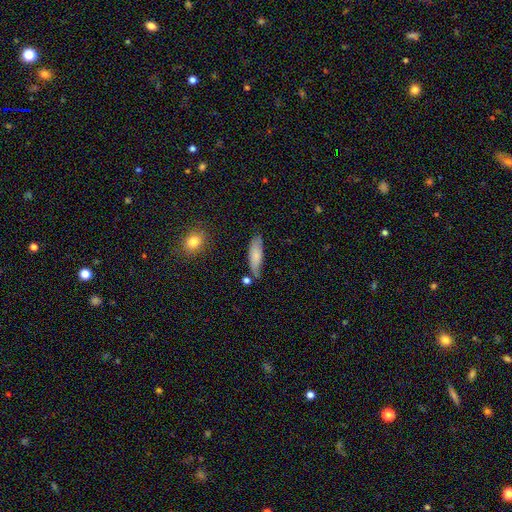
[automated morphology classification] Smooth or featured: smooth — 77% (featured or disk — 17%)
How rounded: in between — 57% (cigar-shaped — 41%)
Merging: none — 60% (minor disturbance — 26%)